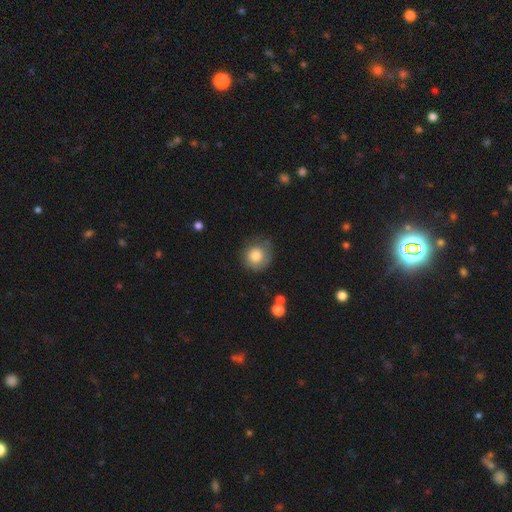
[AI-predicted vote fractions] Q: Smooth or featured?
A: smooth (77%); runner-up: featured or disk (15%)
Q: How rounded?
A: round (88%); runner-up: in between (11%)
Q: Merging?
A: none (65%); runner-up: minor disturbance (23%)